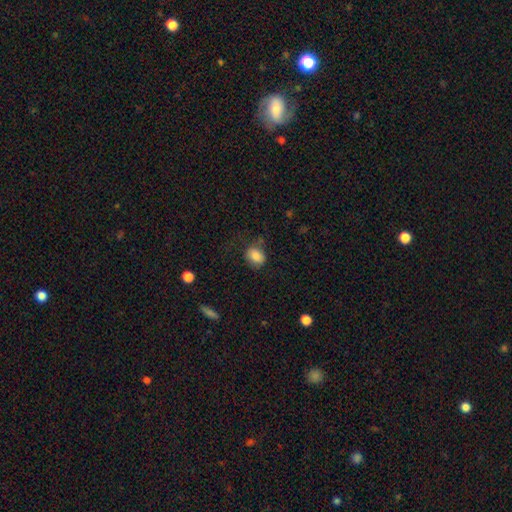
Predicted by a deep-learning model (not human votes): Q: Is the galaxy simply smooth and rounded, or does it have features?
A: smooth — 83%.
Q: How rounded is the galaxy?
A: in between — 51%.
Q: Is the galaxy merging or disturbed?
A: none — 68%.